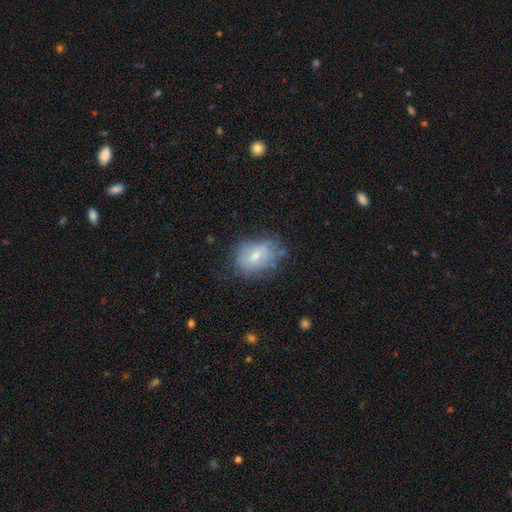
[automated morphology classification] smooth-or-featured: smooth: 49% | featured or disk: 41% | star or artifact: 9%
  merging: none: 54% | minor disturbance: 28% | major disturbance: 15% | merger: 3%